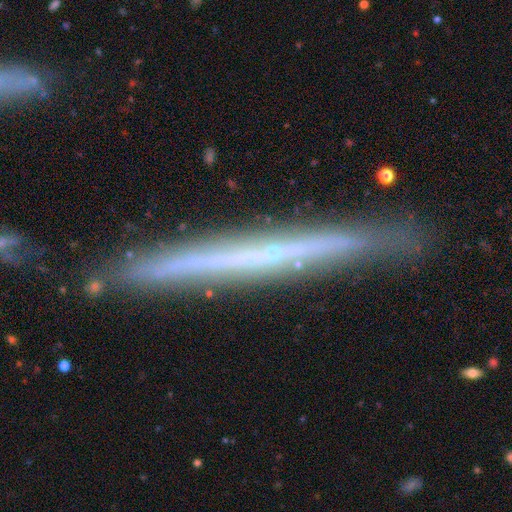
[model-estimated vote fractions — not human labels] Smooth or featured? Predicted: featured or disk (p=0.73). Edge-on disk? Predicted: yes (p=0.95). Edge-on bulge? Predicted: none (p=0.72). Merging? Predicted: none (p=0.87).